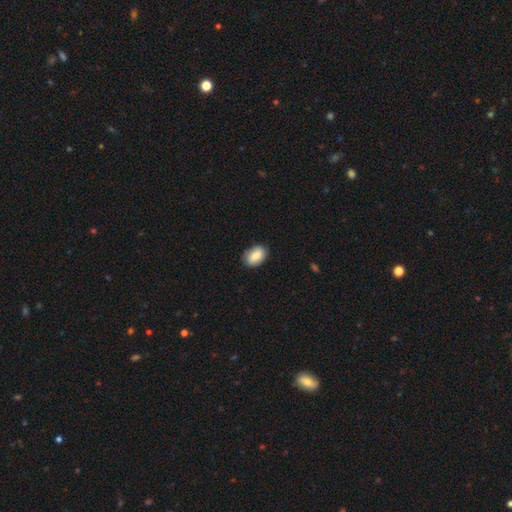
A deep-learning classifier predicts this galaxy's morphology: smooth_or_featured: smooth (p=0.82) [alt: featured or disk p=0.11]
how_rounded: in between (p=0.87) [alt: round p=0.12]
merging: none (p=0.82) [alt: minor disturbance p=0.14]